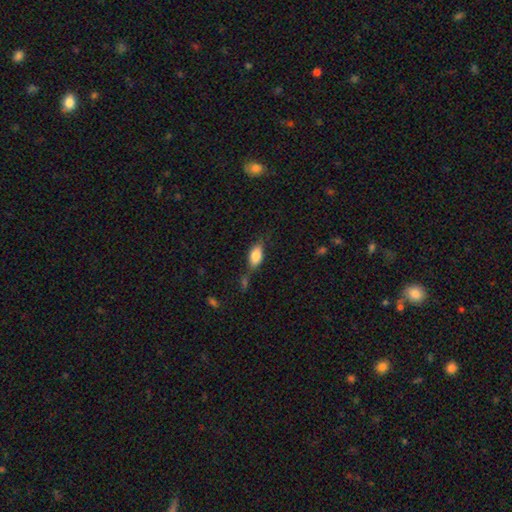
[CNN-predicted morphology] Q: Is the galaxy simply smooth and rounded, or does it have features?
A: smooth — 76%.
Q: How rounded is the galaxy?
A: in between — 87%.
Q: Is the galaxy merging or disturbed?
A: none — 55%.